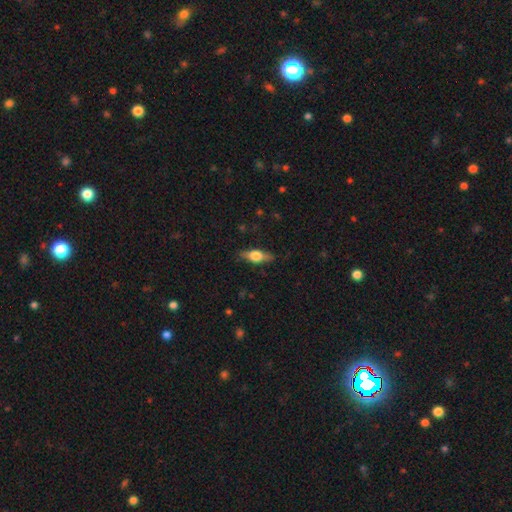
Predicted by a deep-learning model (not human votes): Morphology: type=smooth (54%); roundness=in between (62%); merging=none (81%).